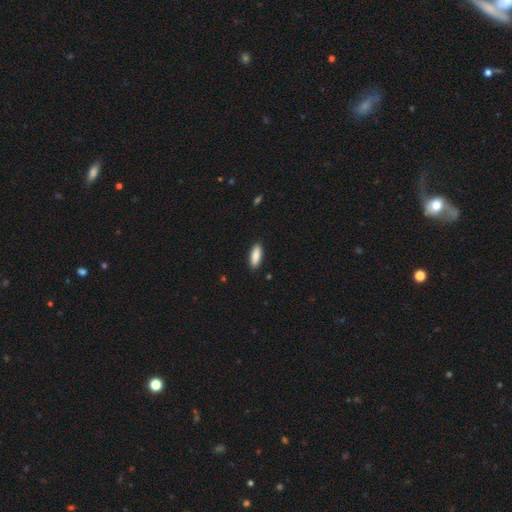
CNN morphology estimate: This is clearly a smooth galaxy (88%). How rounded: likely in between (71%). Merging: clearly none (89%).